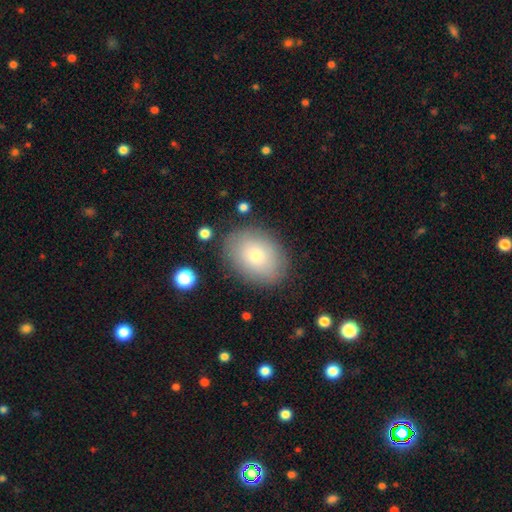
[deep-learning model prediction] Smooth or featured: smooth — 74% (featured or disk — 17%)
How rounded: in between — 67% (round — 32%)
Merging: none — 82% (minor disturbance — 12%)